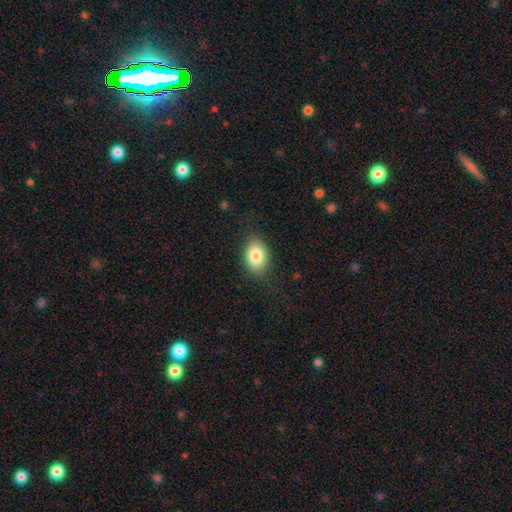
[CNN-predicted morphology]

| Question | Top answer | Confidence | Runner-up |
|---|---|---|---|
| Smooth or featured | smooth | 83% | featured or disk (9%) |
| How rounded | in between | 78% | round (21%) |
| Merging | none | 80% | minor disturbance (15%) |